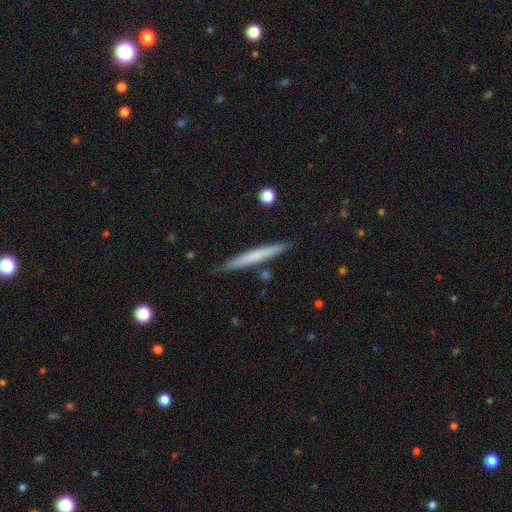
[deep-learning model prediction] smooth-or-featured: smooth: 60% | featured or disk: 34% | star or artifact: 6%
  how-rounded: cigar-shaped: 96% | in between: 2% | round: 1%
  merging: none: 85% | minor disturbance: 10% | merger: 3% | major disturbance: 2%